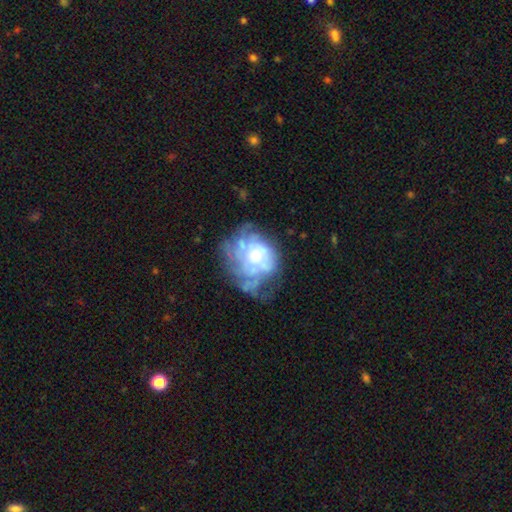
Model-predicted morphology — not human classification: Smooth or featured?
  - featured or disk: 70% *
  - smooth: 21%
  - star or artifact: 9%
Edge-on disk?
  - no: 97% *
  - yes: 3%
Bar?
  - no: 85% *
  - weak: 13%
  - strong: 2%
Spiral arms?
  - yes: 61% *
  - no: 39%
Bulge size?
  - moderate: 54% *
  - small: 33%
  - large: 9%
  - none: 3%
  - dominant: 1%
Merging?
  - none: 47% *
  - minor disturbance: 25%
  - major disturbance: 25%
  - merger: 4%